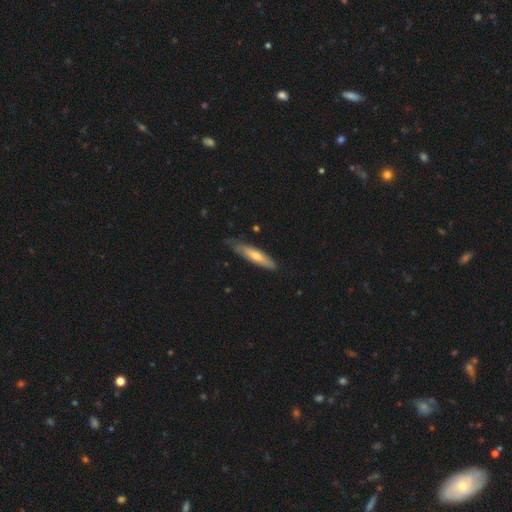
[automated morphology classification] smooth_or_featured: smooth (p=0.57) [alt: featured or disk p=0.37]
how_rounded: cigar-shaped (p=0.82) [alt: in between p=0.17]
merging: none (p=0.69) [alt: minor disturbance p=0.25]